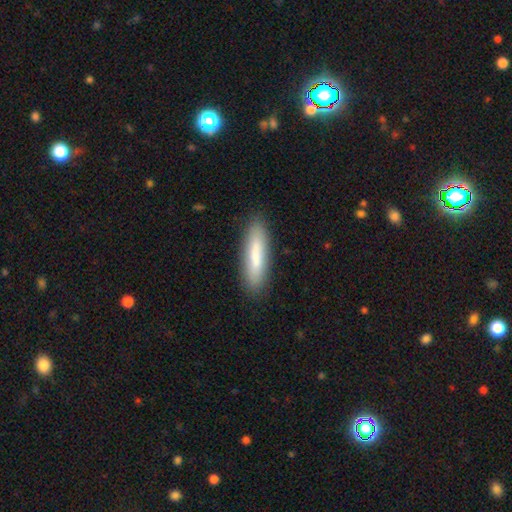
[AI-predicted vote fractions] A smooth galaxy with no disk features (75%) that is cigar-shaped (74%). Merging: none (85%).